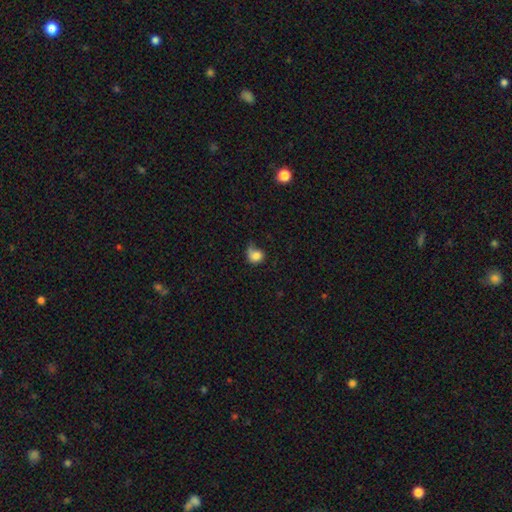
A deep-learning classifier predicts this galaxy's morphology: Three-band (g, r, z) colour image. It shows a smooth galaxy with no disk features (78%) that is round (69%). Merging: minor disturbance (34%).